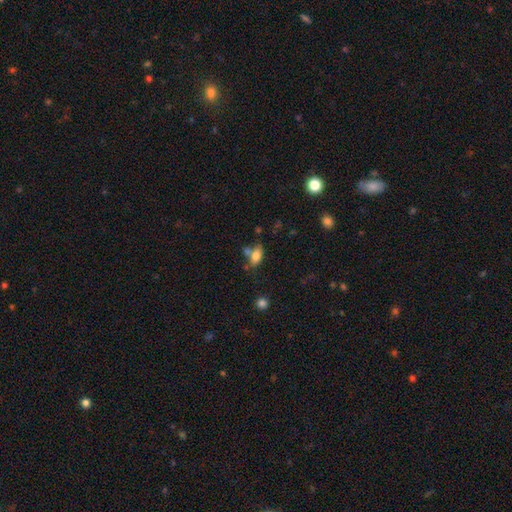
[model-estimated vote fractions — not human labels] The model was most divided on "merging": none: 55%, merger: 22%, minor disturbance: 17%, major disturbance: 6%. More confident: how rounded — in between (87%); smooth or featured — smooth (78%).